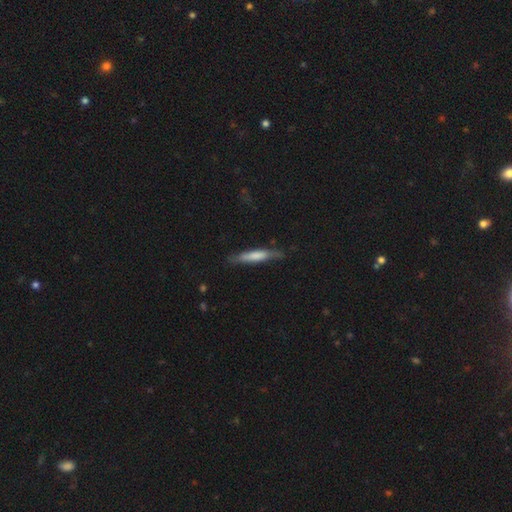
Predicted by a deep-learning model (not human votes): Q: Smooth or featured?
A: smooth (60%); runner-up: featured or disk (34%)
Q: How rounded?
A: cigar-shaped (89%); runner-up: in between (10%)
Q: Merging?
A: none (74%); runner-up: minor disturbance (20%)